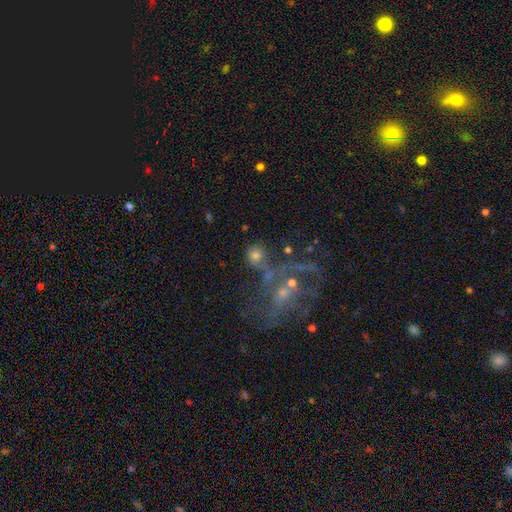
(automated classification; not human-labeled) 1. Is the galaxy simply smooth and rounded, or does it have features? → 63% smooth, 19% featured or disk, 18% star or artifact.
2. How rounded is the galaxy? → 84% round, 15% in between, 1% cigar-shaped.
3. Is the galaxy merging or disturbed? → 53% none, 21% merger, 14% minor disturbance, 13% major disturbance.